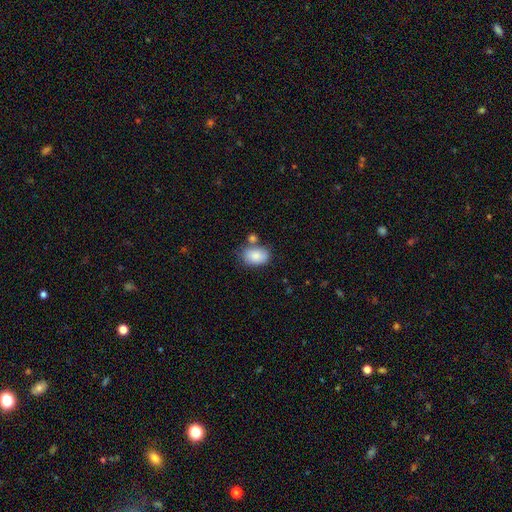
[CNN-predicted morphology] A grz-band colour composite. It shows a smooth galaxy with no disk features (85%) that is in between round and cigar-shaped (84%). Merging: none (59%).